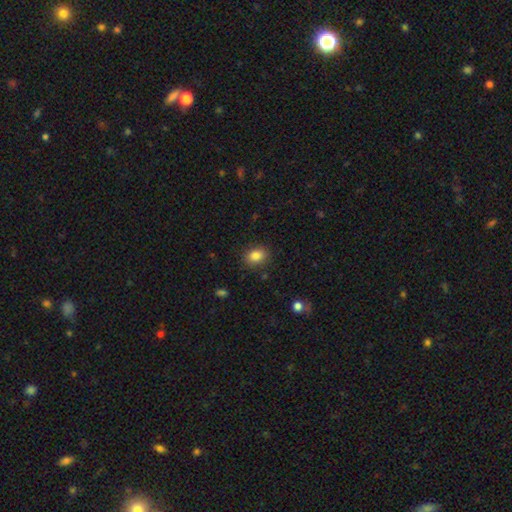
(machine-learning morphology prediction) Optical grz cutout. It shows a smooth galaxy with no disk features (85%) that is in between round and cigar-shaped (64%). Merging: none (86%).